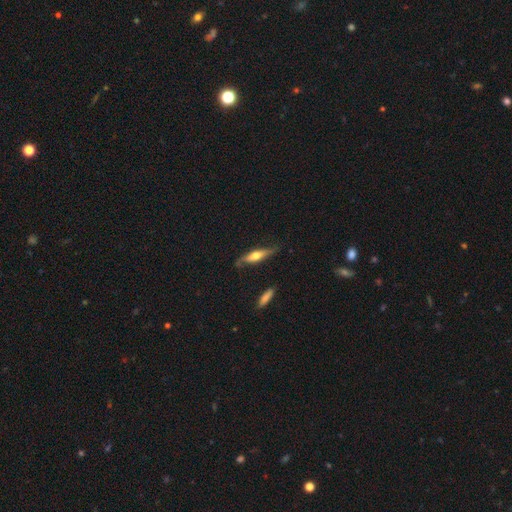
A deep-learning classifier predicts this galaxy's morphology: A featured or disk galaxy (58%) viewed edge-on (82%).

Vote fractions:
- Smooth or featured? featured or disk: 58% / smooth: 37% / star or artifact: 6%
- Edge-on disk? yes: 82% / no: 18%
- Merging? none: 71% / minor disturbance: 21% / major disturbance: 5% / merger: 2%